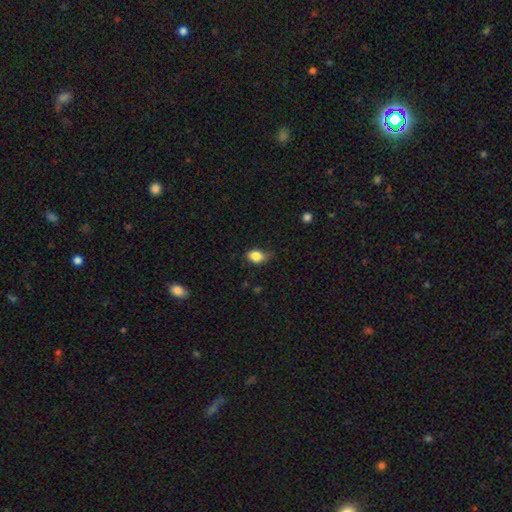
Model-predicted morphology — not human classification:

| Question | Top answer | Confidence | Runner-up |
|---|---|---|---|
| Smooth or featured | smooth | 85% | star or artifact (9%) |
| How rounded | in between | 75% | round (23%) |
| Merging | none | 62% | minor disturbance (30%) |